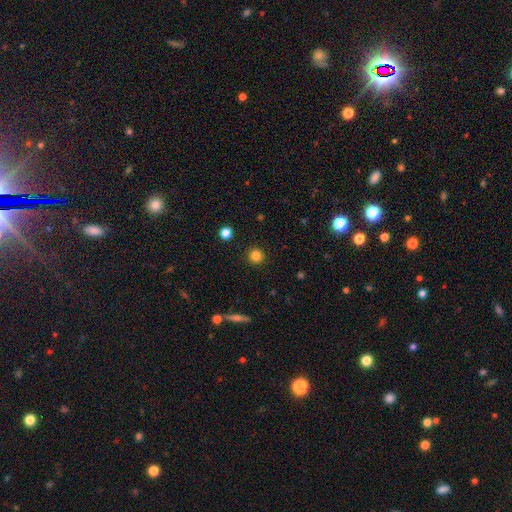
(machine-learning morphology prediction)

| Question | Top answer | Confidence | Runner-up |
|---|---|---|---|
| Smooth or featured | smooth | 83% | star or artifact (12%) |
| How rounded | round | 95% | in between (4%) |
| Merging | none | 91% | minor disturbance (5%) |